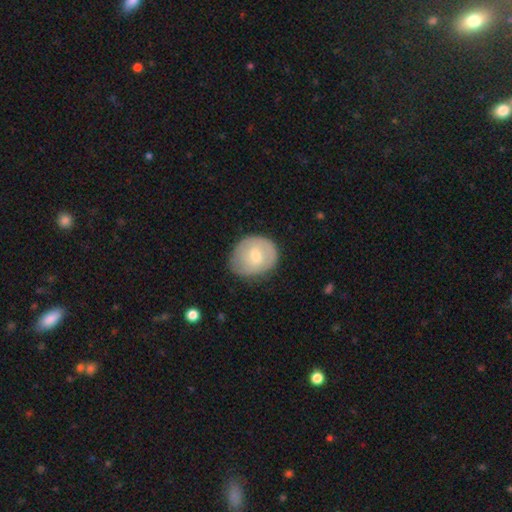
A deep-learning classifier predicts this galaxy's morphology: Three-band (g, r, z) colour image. It shows a smooth galaxy with no disk features (55%) that is round (66%). Merging: none (69%).